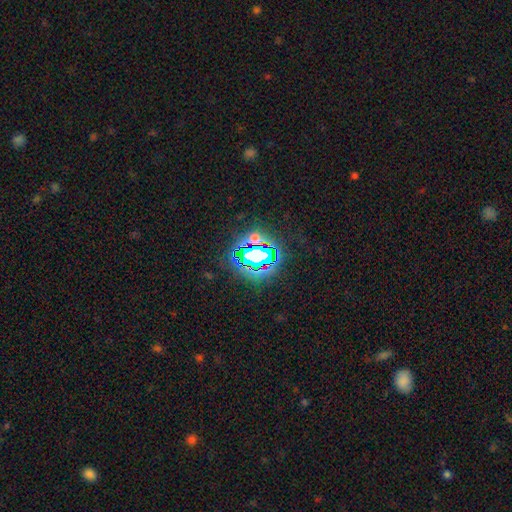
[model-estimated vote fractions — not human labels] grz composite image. It shows a star or artifact, not a galaxy (70%).